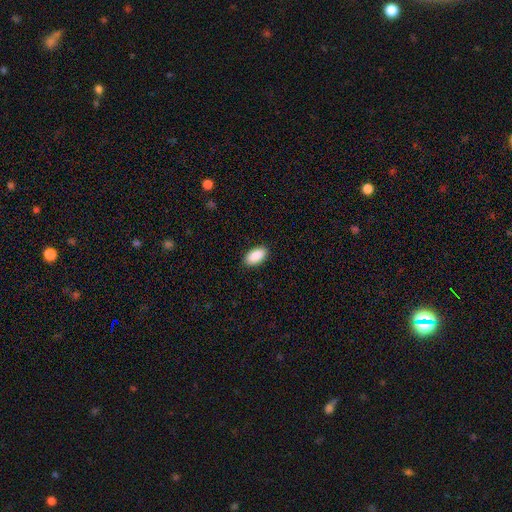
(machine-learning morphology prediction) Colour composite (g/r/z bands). It shows a smooth galaxy with no disk features (91%) that is in between round and cigar-shaped (95%). Merging: none (90%).